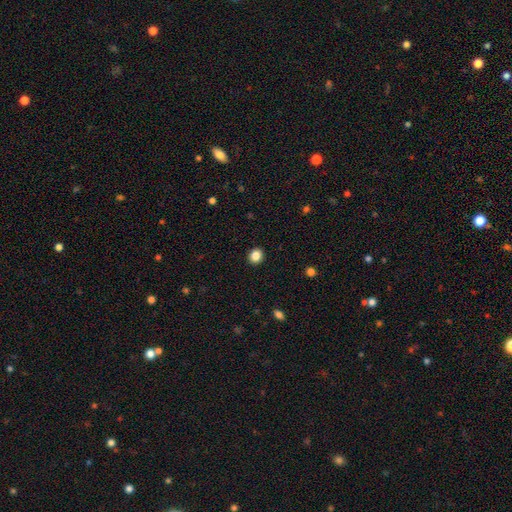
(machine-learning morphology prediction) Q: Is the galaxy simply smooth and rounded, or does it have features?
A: smooth — 86%.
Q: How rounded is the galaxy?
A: round — 76%.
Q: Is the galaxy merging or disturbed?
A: none — 92%.